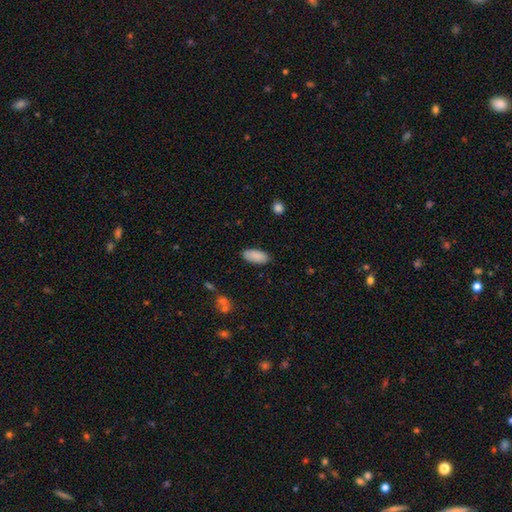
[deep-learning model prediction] Q: Smooth or featured?
A: smooth (89%); runner-up: star or artifact (7%)
Q: How rounded?
A: in between (90%); runner-up: cigar-shaped (8%)
Q: Merging?
A: none (85%); runner-up: minor disturbance (11%)